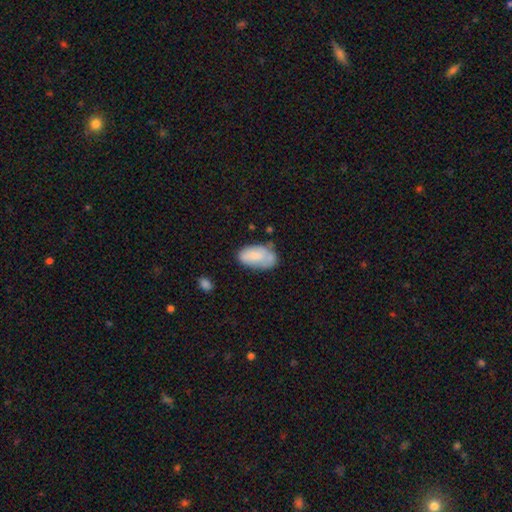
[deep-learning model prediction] The model was most divided on "merging": none: 48%, minor disturbance: 30%, merger: 13%, major disturbance: 9%. More confident: how rounded — in between (93%); smooth or featured — smooth (74%).